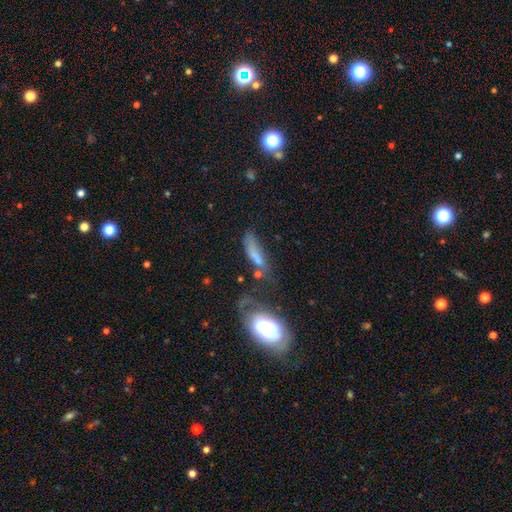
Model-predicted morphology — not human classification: smooth-or-featured: smooth: 63% | featured or disk: 24% | star or artifact: 13%
  how-rounded: cigar-shaped: 55% | in between: 41% | round: 4%
  merging: none: 36% | minor disturbance: 24% | major disturbance: 23% | merger: 17%